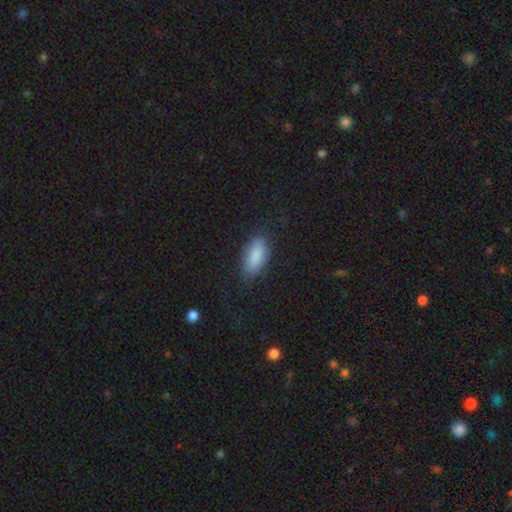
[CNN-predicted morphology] Smooth or featured?
  - smooth: 85% *
  - featured or disk: 8%
  - star or artifact: 7%
How rounded?
  - in between: 86% *
  - cigar-shaped: 12%
  - round: 2%
Merging?
  - none: 76% *
  - minor disturbance: 16%
  - major disturbance: 6%
  - merger: 1%